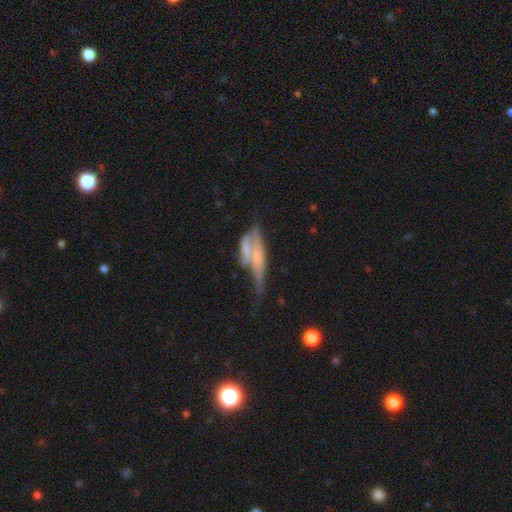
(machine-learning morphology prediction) Smooth or featured? featured or disk (51%)
Edge-on disk? yes (69%)
Merging? merger (46%)